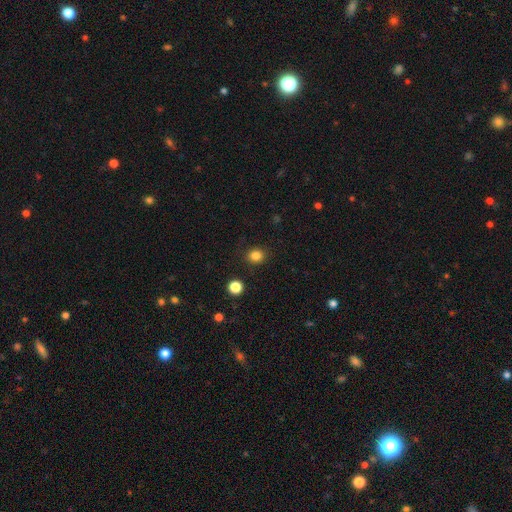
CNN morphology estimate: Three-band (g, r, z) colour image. It shows a smooth galaxy with no disk features (84%) that is round (78%). Merging: none (89%).